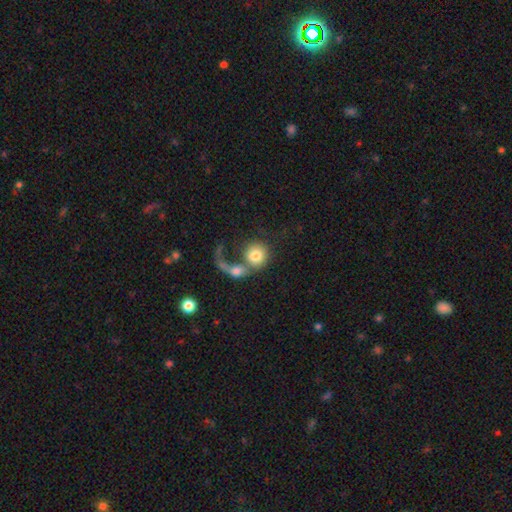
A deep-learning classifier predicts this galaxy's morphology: smooth_or_featured: smooth (p=0.70) [alt: featured or disk p=0.22]
how_rounded: round (p=0.87) [alt: in between p=0.11]
merging: merger (p=0.48) [alt: major disturbance p=0.25]